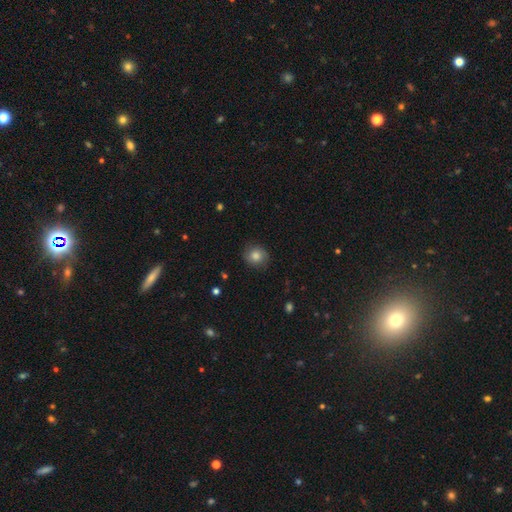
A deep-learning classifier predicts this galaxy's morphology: type=smooth (73%); roundness=round (84%); merging=none (83%).